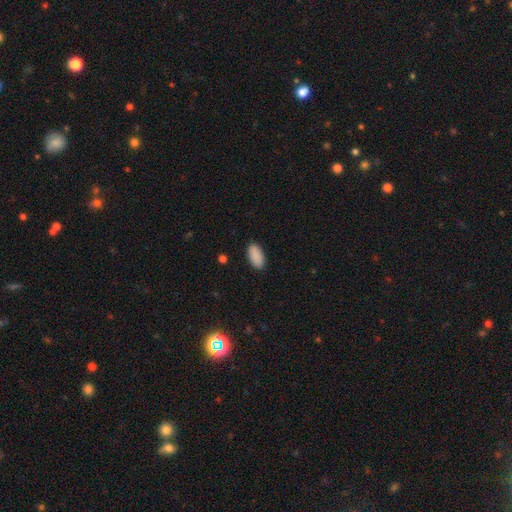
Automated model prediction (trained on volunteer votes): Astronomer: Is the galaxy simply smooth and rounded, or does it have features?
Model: smooth — 90%.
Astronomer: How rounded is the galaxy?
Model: in between — 94%.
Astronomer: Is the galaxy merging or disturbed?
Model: none — 89%.